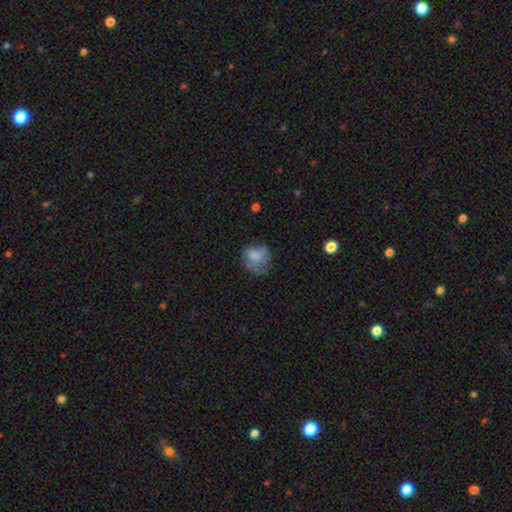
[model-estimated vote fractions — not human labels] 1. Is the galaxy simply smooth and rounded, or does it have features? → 68% smooth, 21% featured or disk, 11% star or artifact.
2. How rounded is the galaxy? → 63% round, 36% in between, 1% cigar-shaped.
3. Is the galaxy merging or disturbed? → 42% none, 30% minor disturbance, 25% major disturbance, 3% merger.